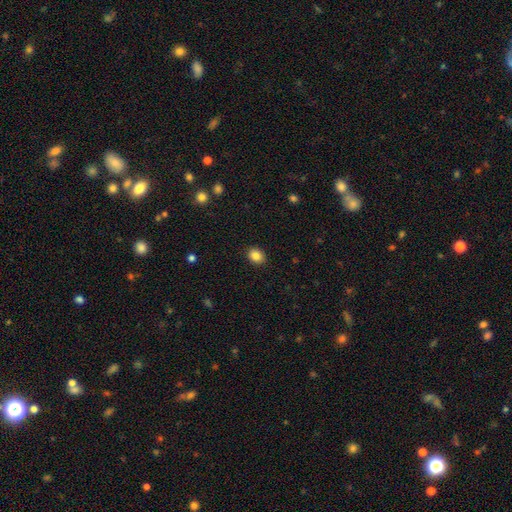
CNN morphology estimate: This is clearly a smooth galaxy (86%). How rounded: possibly in between (57%). Merging: clearly none (90%).